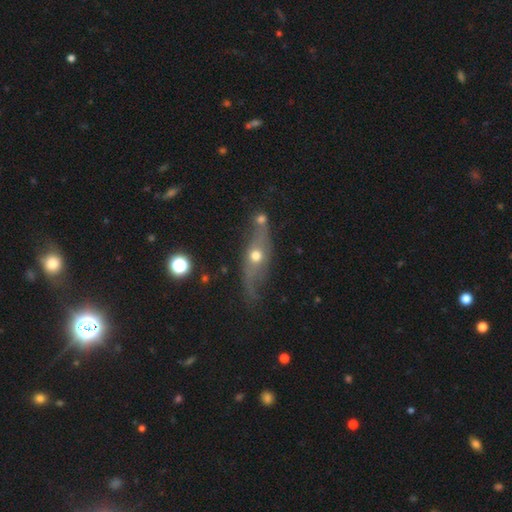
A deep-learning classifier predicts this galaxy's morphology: A featured or disk galaxy (59%). Merging: none (56%).